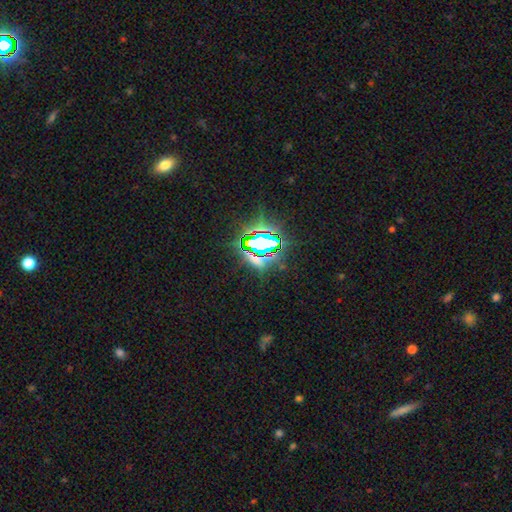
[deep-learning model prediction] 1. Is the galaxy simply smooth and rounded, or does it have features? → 75% star or artifact, 15% smooth, 10% featured or disk.